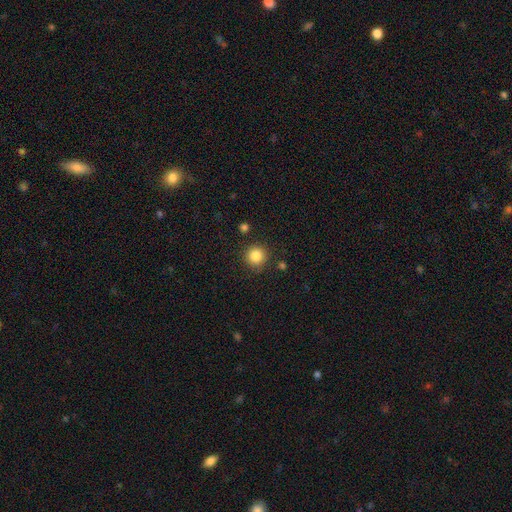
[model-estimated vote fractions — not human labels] Smooth or featured: smooth — 85% (star or artifact — 11%)
How rounded: round — 94% (in between — 5%)
Merging: none — 86% (minor disturbance — 8%)